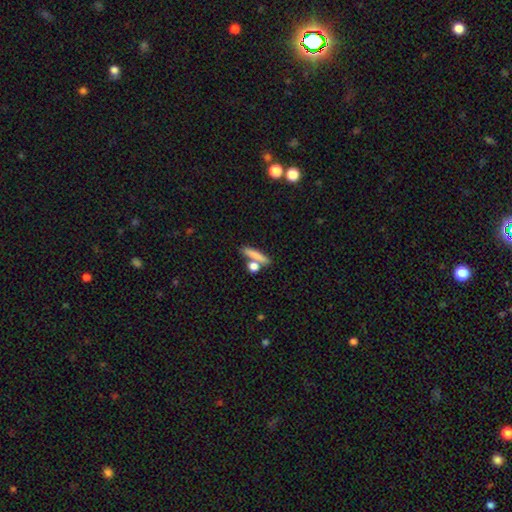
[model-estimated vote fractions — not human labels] This is likely a smooth galaxy (78%). How rounded: likely cigar-shaped (61%). Merging: likely none (66%).